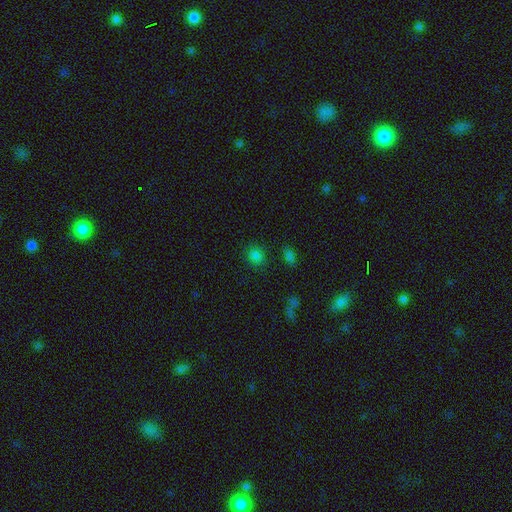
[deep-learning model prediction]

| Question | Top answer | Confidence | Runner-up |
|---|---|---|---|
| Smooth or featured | smooth | 80% | star or artifact (16%) |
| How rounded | round | 76% | in between (23%) |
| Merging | none | 85% | minor disturbance (9%) |